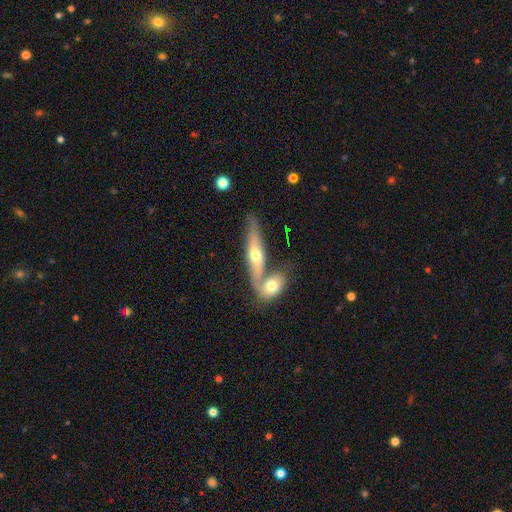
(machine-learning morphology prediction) The model was most divided on "merging": merger: 47%, none: 38%, minor disturbance: 11%, major disturbance: 4%. More confident: edge-on disk — yes (69%); smooth or featured — featured or disk (52%).